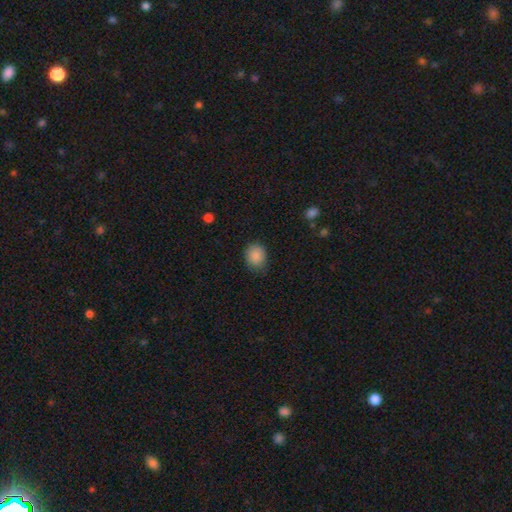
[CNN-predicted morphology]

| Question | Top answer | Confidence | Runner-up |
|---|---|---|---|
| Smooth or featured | smooth | 88% | star or artifact (9%) |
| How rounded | round | 58% | in between (41%) |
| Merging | none | 76% | minor disturbance (19%) |